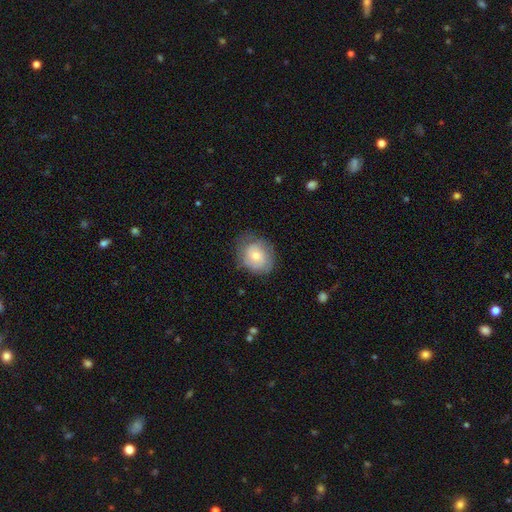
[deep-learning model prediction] The model was most divided on "how rounded": round: 65%, in between: 34%, cigar-shaped: 1%. More confident: merging — none (66%); smooth or featured — smooth (64%).